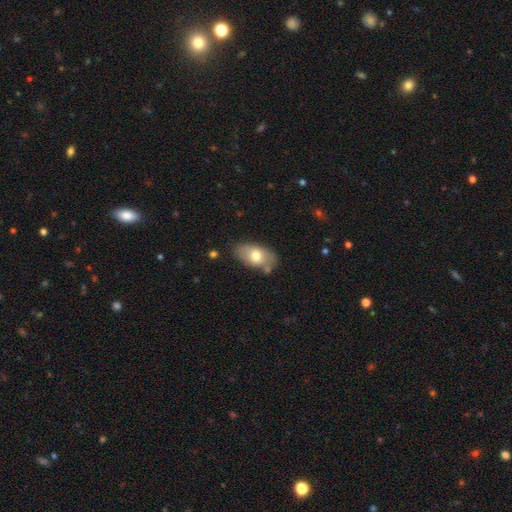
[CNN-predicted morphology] Smooth or featured: smooth — 69% (featured or disk — 24%)
How rounded: in between — 91% (round — 7%)
Merging: none — 66% (minor disturbance — 20%)